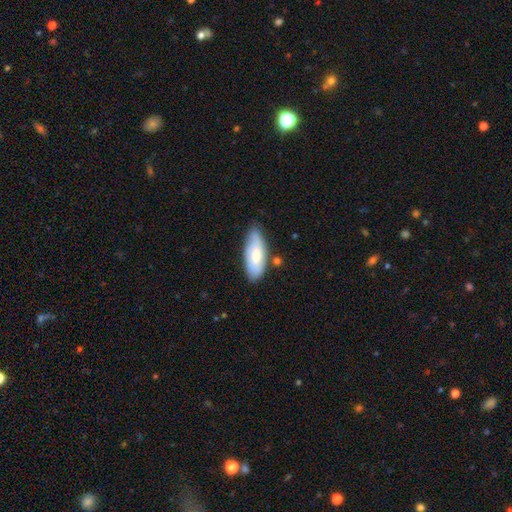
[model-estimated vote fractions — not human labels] Q: Smooth or featured?
A: smooth (66%); runner-up: featured or disk (29%)
Q: How rounded?
A: in between (80%); runner-up: cigar-shaped (18%)
Q: Merging?
A: none (68%); runner-up: minor disturbance (23%)